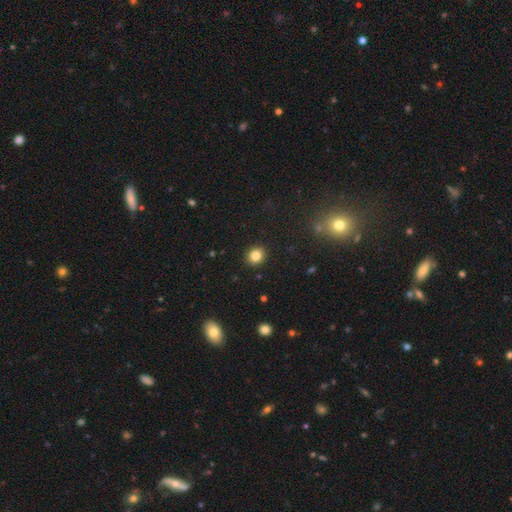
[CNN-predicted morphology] smooth-or-featured: smooth: 83% | star or artifact: 11% | featured or disk: 6%
  how-rounded: round: 77% | in between: 22% | cigar-shaped: 1%
  merging: none: 91% | minor disturbance: 6% | major disturbance: 2% | merger: 1%